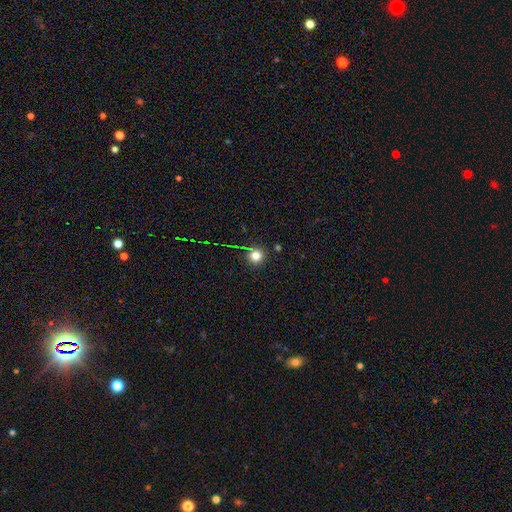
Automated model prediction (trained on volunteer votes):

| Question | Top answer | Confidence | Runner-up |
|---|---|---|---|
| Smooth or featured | smooth | 78% | star or artifact (16%) |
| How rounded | round | 94% | in between (5%) |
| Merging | none | 85% | minor disturbance (9%) |